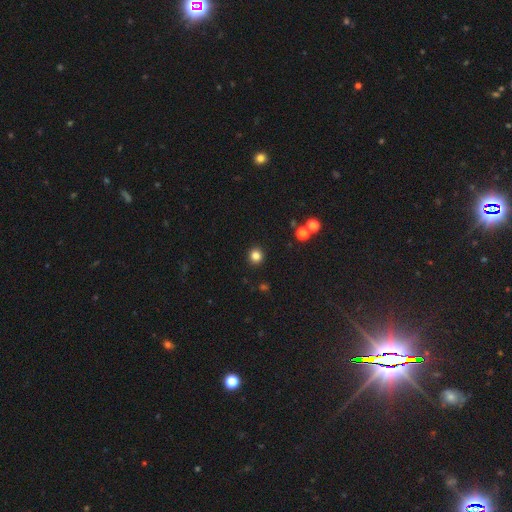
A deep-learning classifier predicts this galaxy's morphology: type=smooth (83%); roundness=round (92%); merging=none (92%).